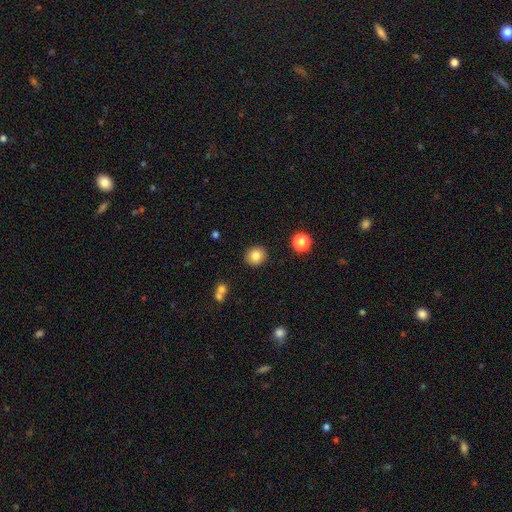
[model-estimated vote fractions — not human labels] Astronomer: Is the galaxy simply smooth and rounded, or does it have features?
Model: smooth — 82%.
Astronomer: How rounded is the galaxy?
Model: round — 86%.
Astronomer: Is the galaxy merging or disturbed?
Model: none — 90%.